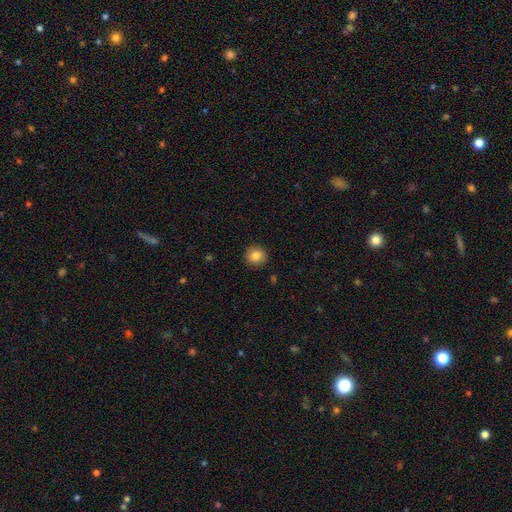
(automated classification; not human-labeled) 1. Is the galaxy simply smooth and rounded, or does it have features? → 84% smooth, 10% star or artifact, 7% featured or disk.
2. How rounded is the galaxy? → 87% round, 12% in between, 1% cigar-shaped.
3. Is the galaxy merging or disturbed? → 89% none, 8% minor disturbance, 2% major disturbance, 1% merger.